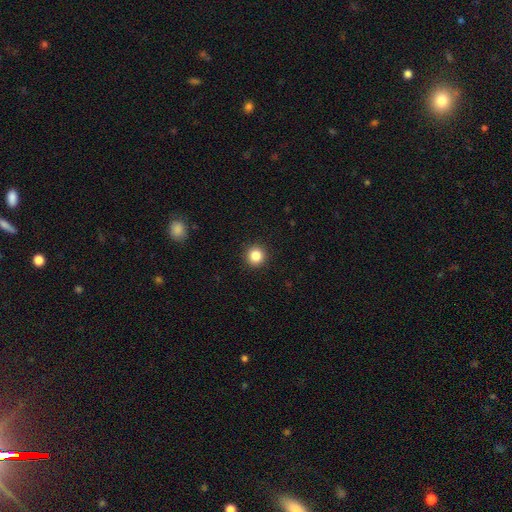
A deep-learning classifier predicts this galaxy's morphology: This appears to be a smooth galaxy with no disk features (85%) that is round (94%). Merging: none (93%).